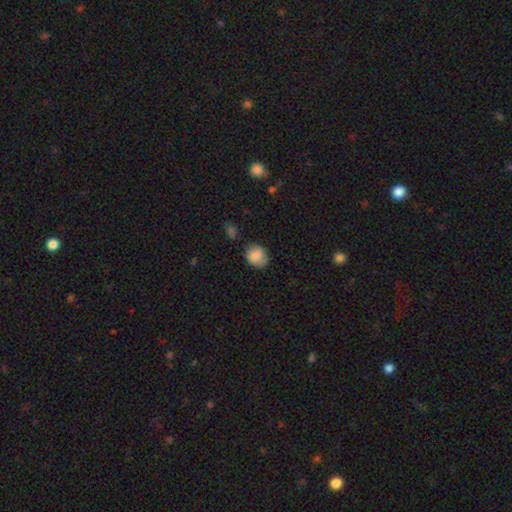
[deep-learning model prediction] This is clearly a smooth galaxy (84%). How rounded: likely round (60%). Merging: likely none (74%).